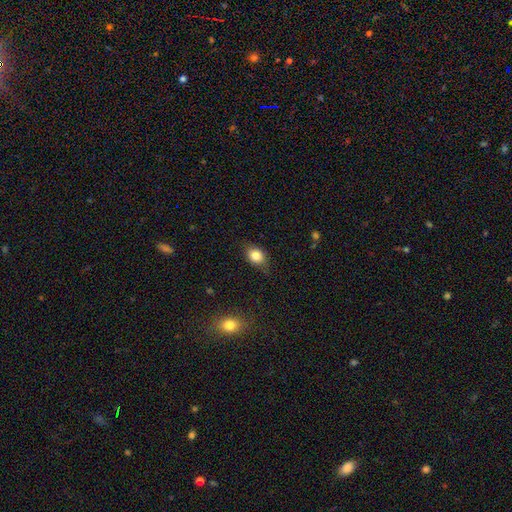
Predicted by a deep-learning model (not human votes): smooth_or_featured: smooth (p=0.82) [alt: star or artifact p=0.10]
how_rounded: in between (p=0.60) [alt: round p=0.39]
merging: none (p=0.74) [alt: minor disturbance p=0.20]